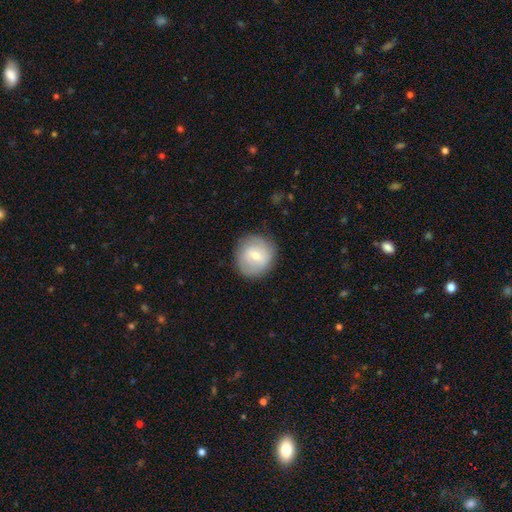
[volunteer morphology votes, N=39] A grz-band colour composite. It shows a smooth galaxy with no disk features (59%) that is round (96%). Merging: none (73%).